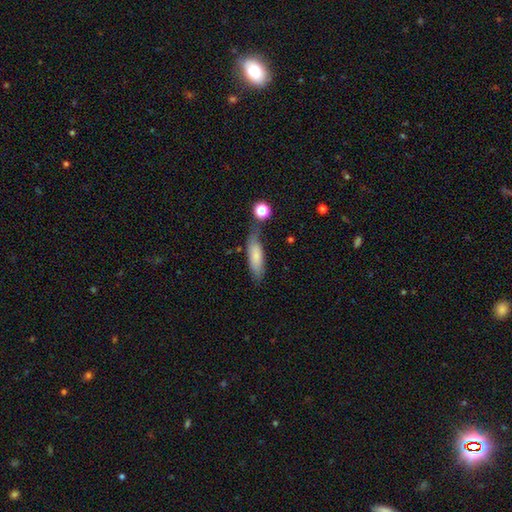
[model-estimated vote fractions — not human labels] A smooth galaxy with no disk features (75%) that is cigar-shaped (50%).

Vote fractions:
- Smooth or featured? smooth: 75% / featured or disk: 18% / star or artifact: 7%
- How rounded? cigar-shaped: 50% / in between: 47% / round: 2%
- Merging? none: 55% / minor disturbance: 26% / merger: 10% / major disturbance: 9%